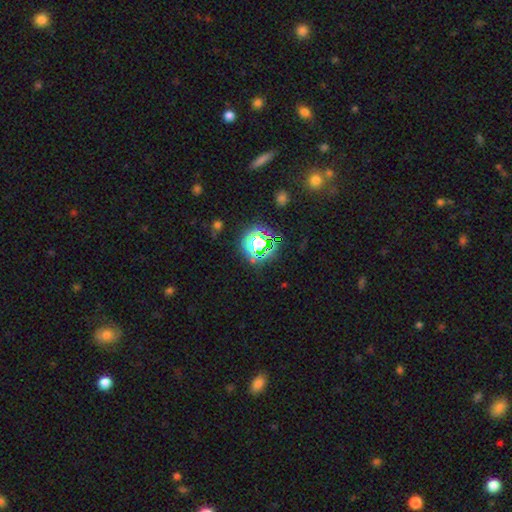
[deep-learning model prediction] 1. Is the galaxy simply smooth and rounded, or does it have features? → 71% star or artifact, 21% smooth, 9% featured or disk.